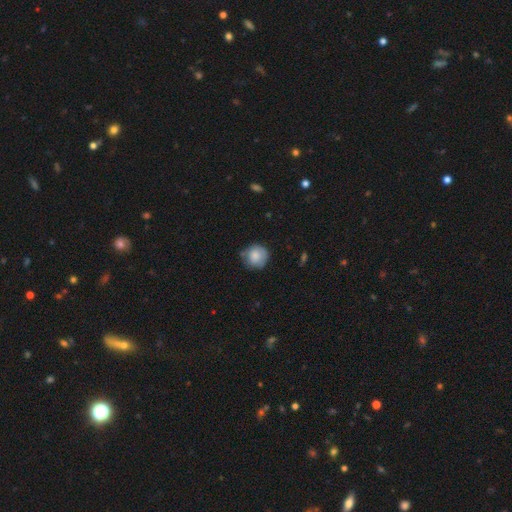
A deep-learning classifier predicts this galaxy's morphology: Overall: smooth (81%). How rounded: round (90%). Merging: none (67%).